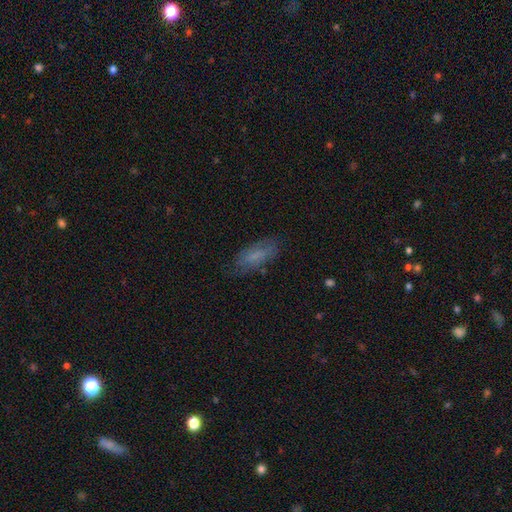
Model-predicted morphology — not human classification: A smooth galaxy with no disk features (66%) that is in between round and cigar-shaped (72%).

Vote fractions:
- Smooth or featured? smooth: 66% / featured or disk: 24% / star or artifact: 9%
- How rounded? in between: 72% / cigar-shaped: 25% / round: 2%
- Merging? none: 72% / minor disturbance: 19% / major disturbance: 7% / merger: 2%